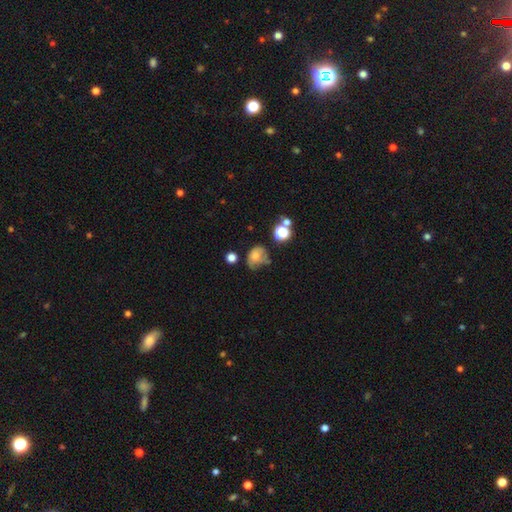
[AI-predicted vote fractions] This appears to be a smooth galaxy with no disk features (66%) that is in between round and cigar-shaped (50%). Merging: minor disturbance (35%).